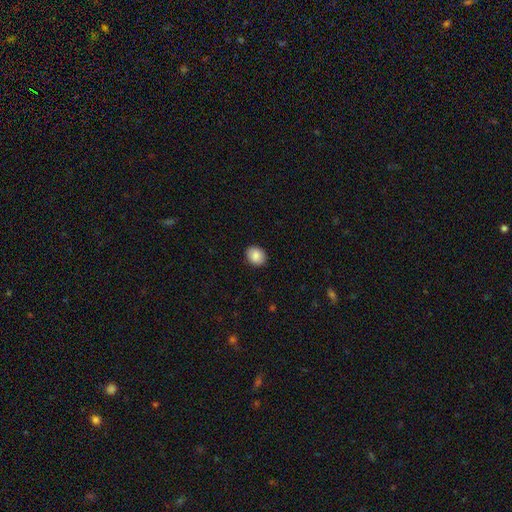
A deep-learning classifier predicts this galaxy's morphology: This appears to be a smooth galaxy with no disk features (88%) that is round (55%). Merging: none (90%).